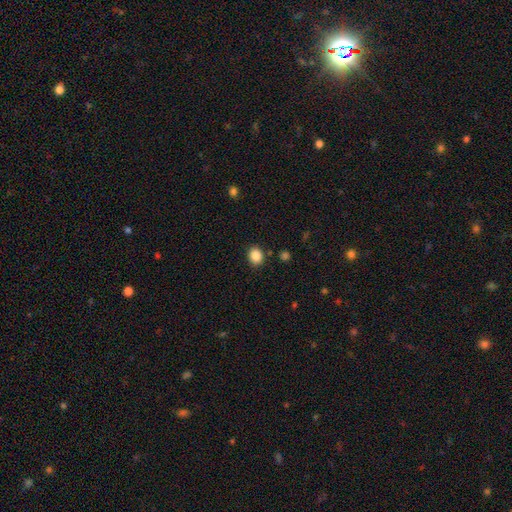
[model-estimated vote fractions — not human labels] Smooth or featured?
  - smooth: 86% *
  - star or artifact: 10%
  - featured or disk: 4%
How rounded?
  - round: 62% *
  - in between: 37%
  - cigar-shaped: 1%
Merging?
  - none: 86% *
  - minor disturbance: 9%
  - merger: 3%
  - major disturbance: 2%